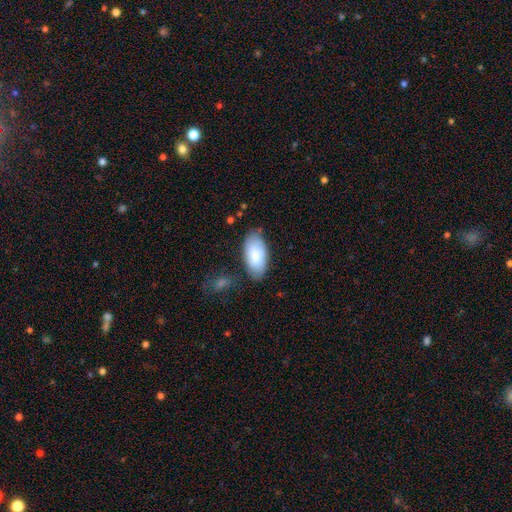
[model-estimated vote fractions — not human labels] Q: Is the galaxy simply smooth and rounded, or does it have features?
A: smooth — 80%.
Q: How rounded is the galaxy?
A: in between — 94%.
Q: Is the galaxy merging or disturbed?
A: none — 71%.